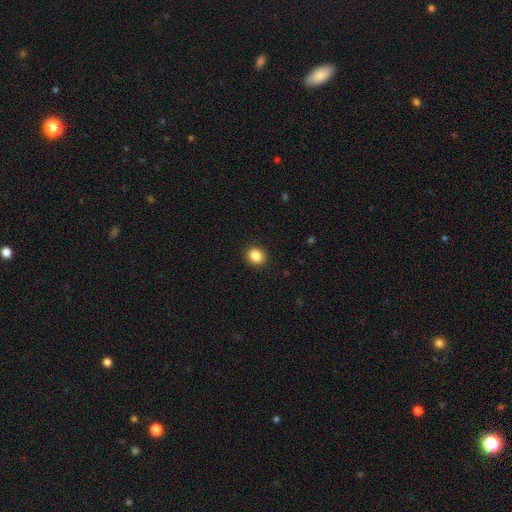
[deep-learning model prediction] Smooth or featured: smooth — 85% (star or artifact — 10%)
How rounded: round — 76% (in between — 23%)
Merging: none — 92% (minor disturbance — 5%)